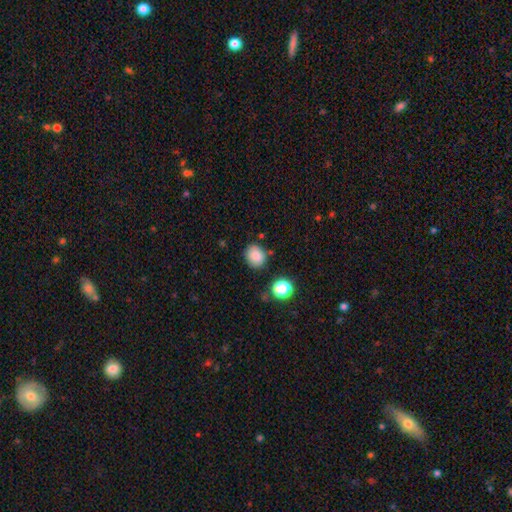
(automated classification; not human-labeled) Q: Smooth or featured?
A: smooth (85%); runner-up: star or artifact (11%)
Q: How rounded?
A: round (63%); runner-up: in between (36%)
Q: Merging?
A: none (77%); runner-up: minor disturbance (14%)